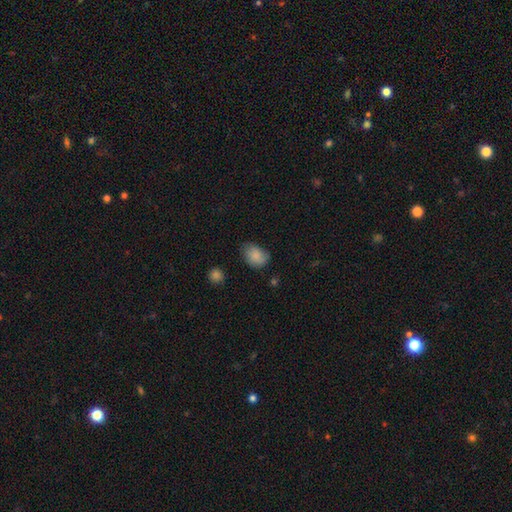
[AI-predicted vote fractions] The model was most divided on "merging": none: 60%, minor disturbance: 32%, major disturbance: 6%, merger: 2%. More confident: smooth or featured — smooth (85%); how rounded — in between (74%).